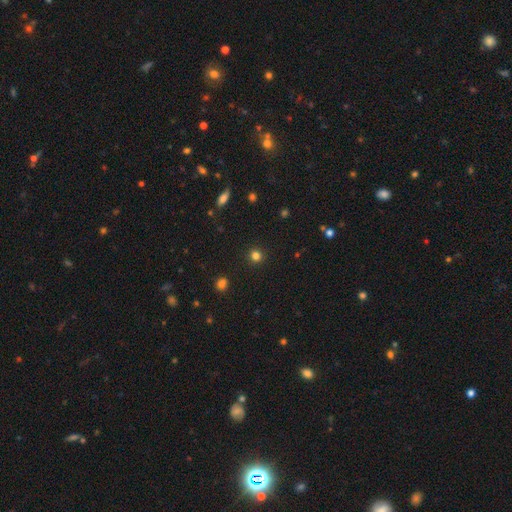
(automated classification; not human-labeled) A smooth galaxy with no disk features (81%) that is round (92%).

Vote fractions:
- Smooth or featured? smooth: 81% / star or artifact: 15% / featured or disk: 4%
- How rounded? round: 92% / in between: 7% / cigar-shaped: 1%
- Merging? none: 92% / minor disturbance: 5% / major disturbance: 2% / merger: 1%